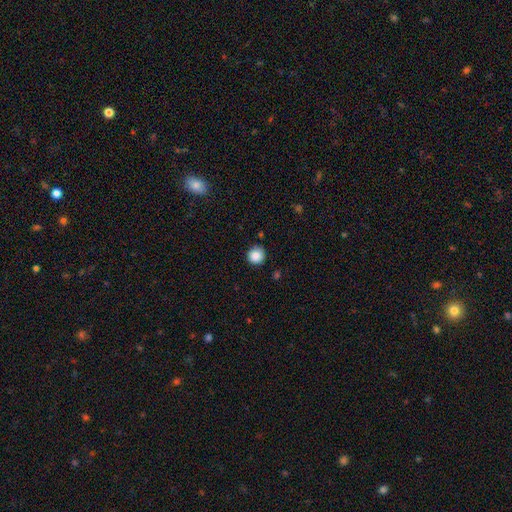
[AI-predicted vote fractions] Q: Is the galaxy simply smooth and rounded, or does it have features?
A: smooth — 87%.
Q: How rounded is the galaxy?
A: round — 95%.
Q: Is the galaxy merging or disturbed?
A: none — 88%.